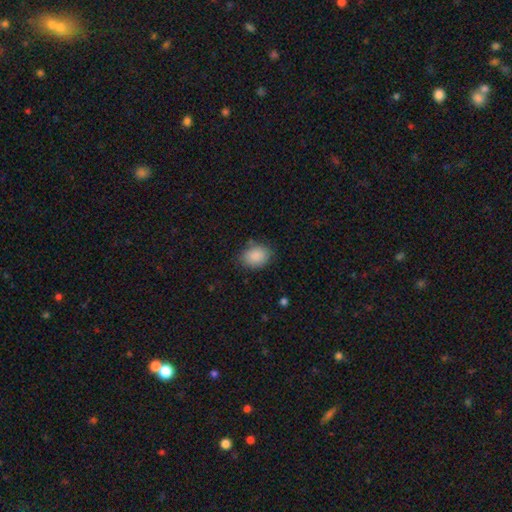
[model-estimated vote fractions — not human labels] A smooth galaxy with no disk features (88%) that is in between round and cigar-shaped (63%). Merging: none (79%).